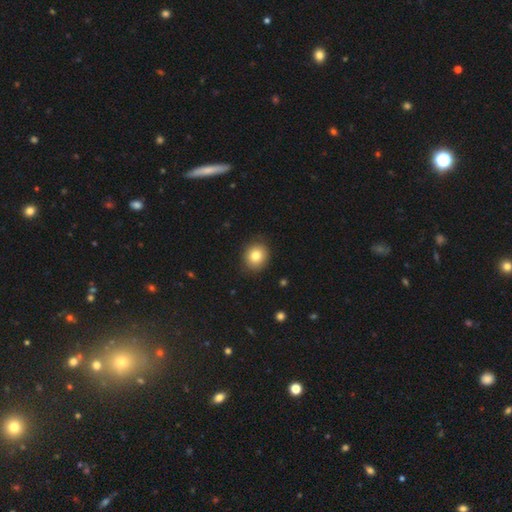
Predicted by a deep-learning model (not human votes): Smooth or featured: smooth — 81% (star or artifact — 10%)
How rounded: round — 78% (in between — 21%)
Merging: none — 87% (minor disturbance — 10%)